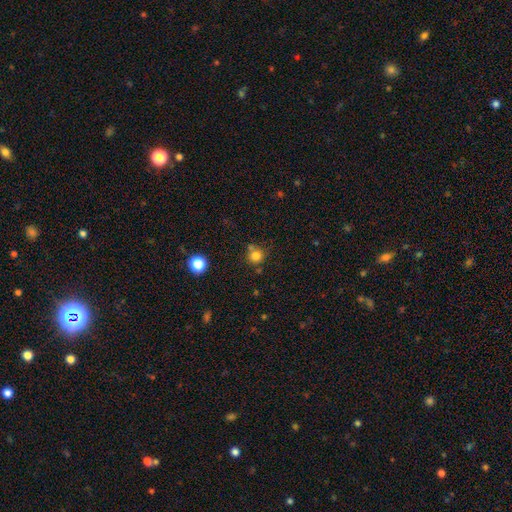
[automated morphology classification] The model was most divided on "merging": none: 68%, merger: 15%, minor disturbance: 13%, major disturbance: 4%. More confident: how rounded — round (91%); smooth or featured — smooth (79%).